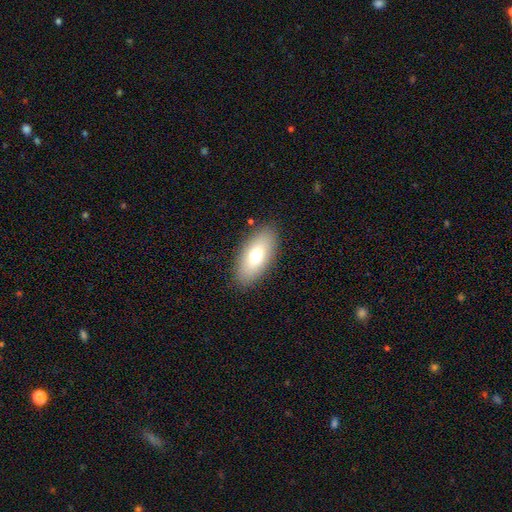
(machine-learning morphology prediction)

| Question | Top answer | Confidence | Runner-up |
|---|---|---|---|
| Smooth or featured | smooth | 72% | featured or disk (20%) |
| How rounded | in between | 88% | cigar-shaped (9%) |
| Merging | none | 87% | minor disturbance (9%) |